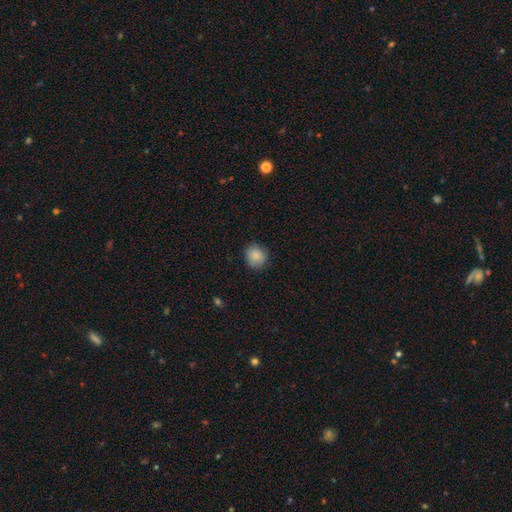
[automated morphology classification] Smooth or featured? smooth (88%)
How rounded? round (77%)
Merging? none (85%)